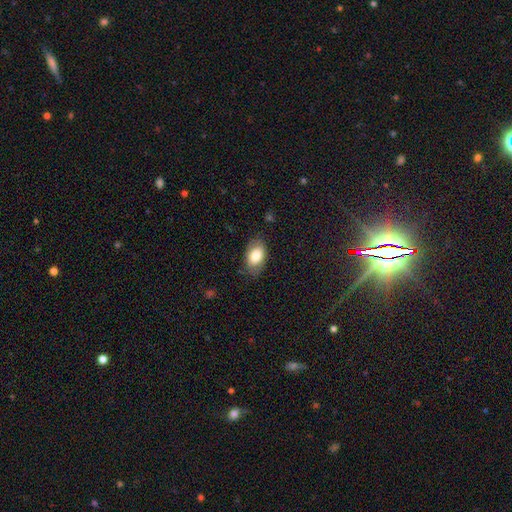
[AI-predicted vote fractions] smooth-or-featured: smooth: 81% | featured or disk: 12% | star or artifact: 7%
  how-rounded: in between: 92% | round: 7% | cigar-shaped: 2%
  merging: none: 78% | minor disturbance: 16% | major disturbance: 4% | merger: 1%